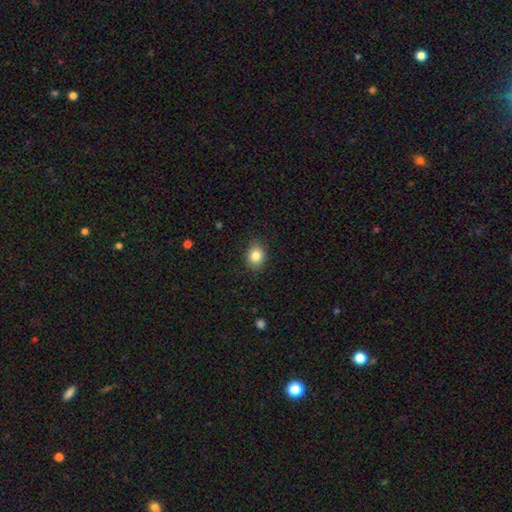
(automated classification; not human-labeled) A smooth galaxy with no disk features (84%) that is round (55%).

Vote fractions:
- Smooth or featured? smooth: 84% / star or artifact: 10% / featured or disk: 6%
- How rounded? round: 55% / in between: 44% / cigar-shaped: 1%
- Merging? none: 88% / minor disturbance: 9% / major disturbance: 2% / merger: 1%